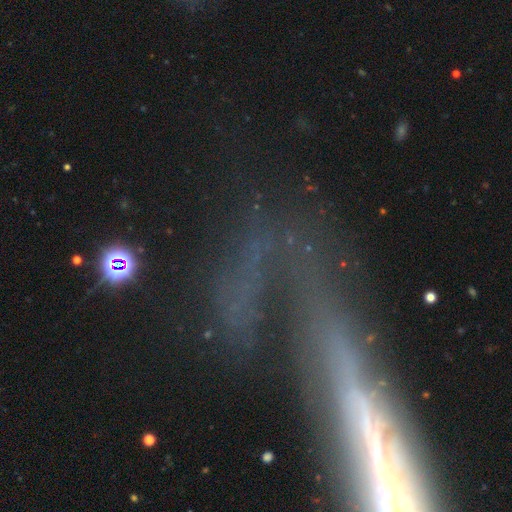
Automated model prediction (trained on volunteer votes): This appears to be a featured or disk galaxy (51%) viewed edge-on (50%, tied with no). Merging: none (47%).